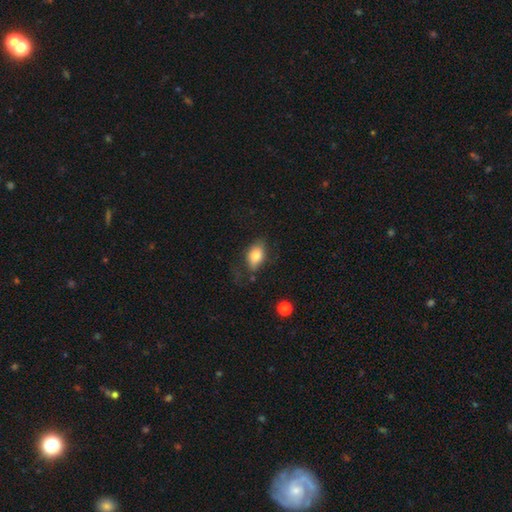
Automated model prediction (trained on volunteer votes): The model was most divided on "merging": none: 64%, minor disturbance: 23%, major disturbance: 11%, merger: 3%. More confident: how rounded — in between (89%); smooth or featured — smooth (79%).